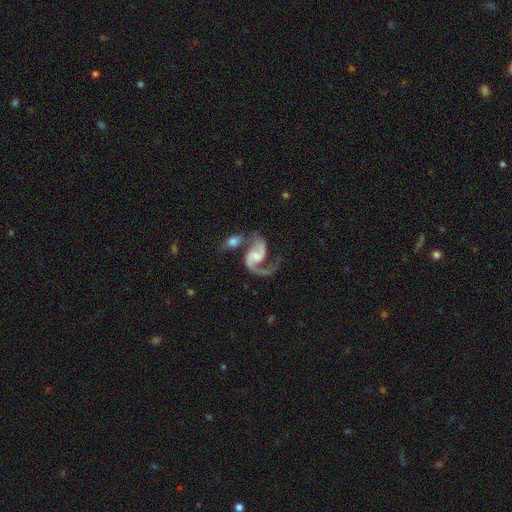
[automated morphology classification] Smooth or featured? featured or disk (88%)
Edge-on disk? no (98%)
Bar? weak (44%)
Spiral arms? yes (96%)
Spiral winding? loose (49%)
Spiral arm count? 2 (75%)
Bulge size? small (35%)
Merging? merger (39%)